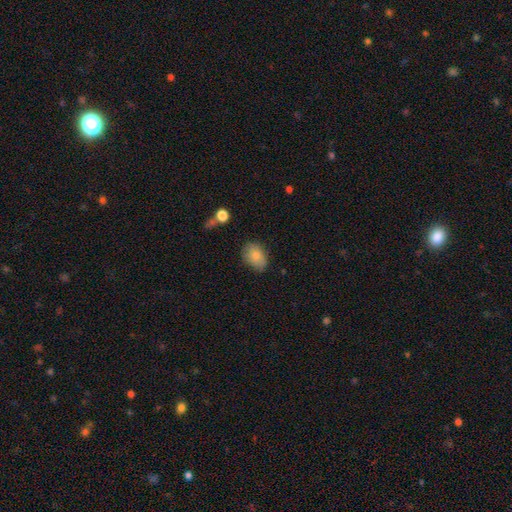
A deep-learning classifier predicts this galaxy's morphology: This appears to be a smooth galaxy with no disk features (83%) that is in between round and cigar-shaped (80%). Merging: none (73%).